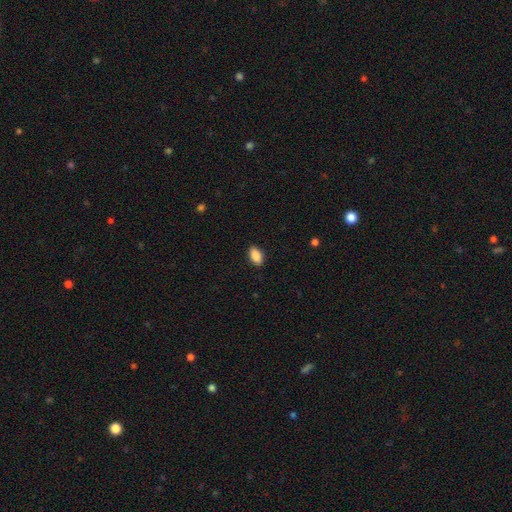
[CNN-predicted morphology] Smooth or featured: smooth — 89% (star or artifact — 7%)
How rounded: in between — 92% (round — 5%)
Merging: none — 89% (minor disturbance — 8%)